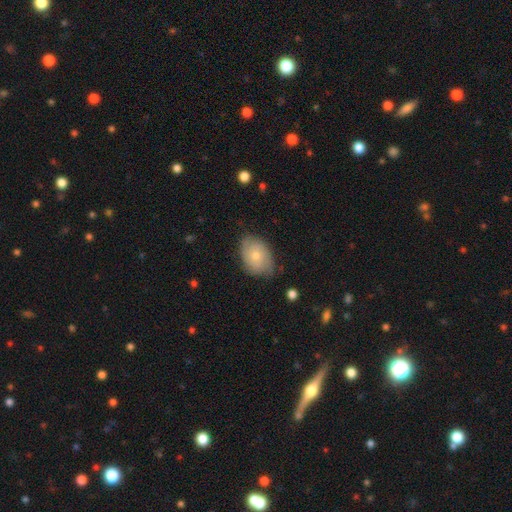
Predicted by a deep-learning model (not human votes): Overall: smooth (49%; featured or disk 44%). Merging: none (66%; minor disturbance 27%).